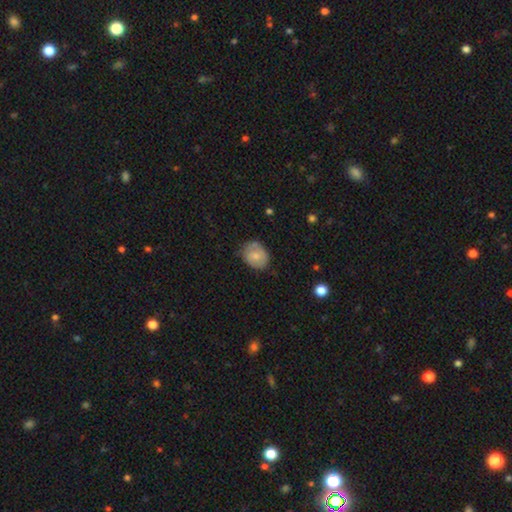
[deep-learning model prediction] Overall: smooth (65%; featured or disk 28%). How rounded: round (50%; in between 49%). Merging: none (64%; minor disturbance 28%).